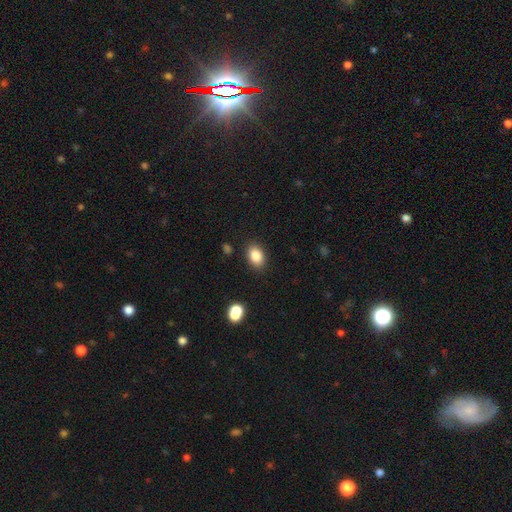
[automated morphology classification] smooth_or_featured: smooth (p=0.85) [alt: star or artifact p=0.09]
how_rounded: in between (p=0.79) [alt: round p=0.20]
merging: none (p=0.87) [alt: minor disturbance p=0.09]